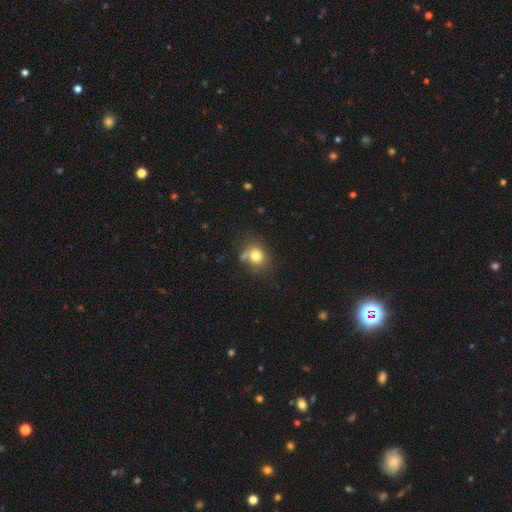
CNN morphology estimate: This is likely a smooth galaxy (79%). How rounded: likely round (65%). Merging: likely none (64%).